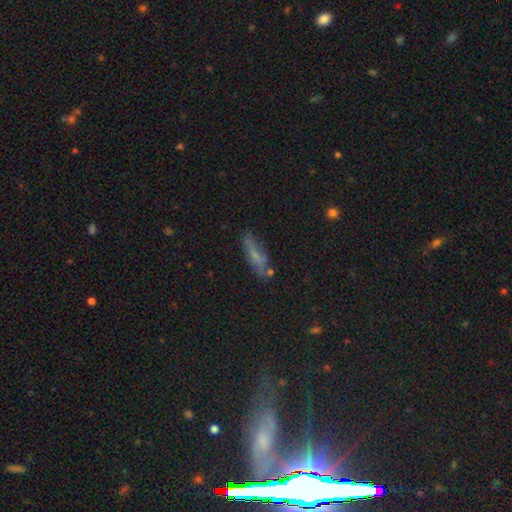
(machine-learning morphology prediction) This is possibly a smooth galaxy (58%). How rounded: likely cigar-shaped (62%). Merging: likely none (66%).